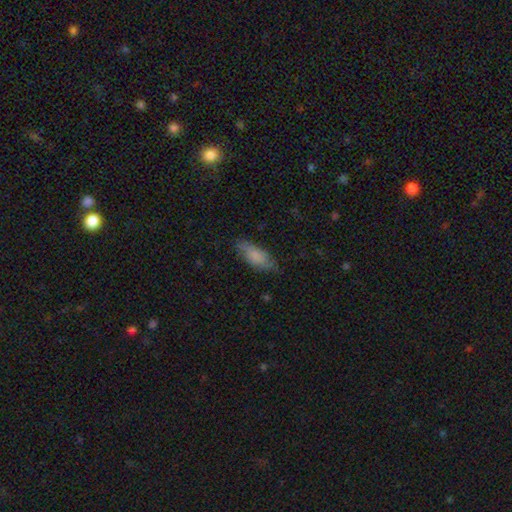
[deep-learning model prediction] Smooth or featured? smooth (76%)
How rounded? in between (77%)
Merging? none (70%)